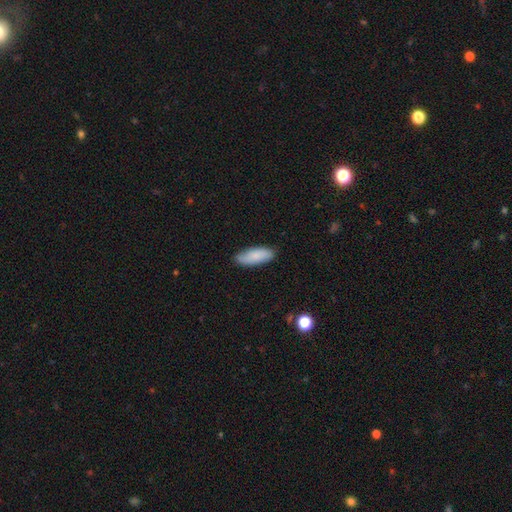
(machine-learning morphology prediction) smooth-or-featured: smooth: 84% | featured or disk: 10% | star or artifact: 6%
  how-rounded: in between: 71% | cigar-shaped: 27% | round: 2%
  merging: none: 82% | minor disturbance: 14% | major disturbance: 2% | merger: 1%